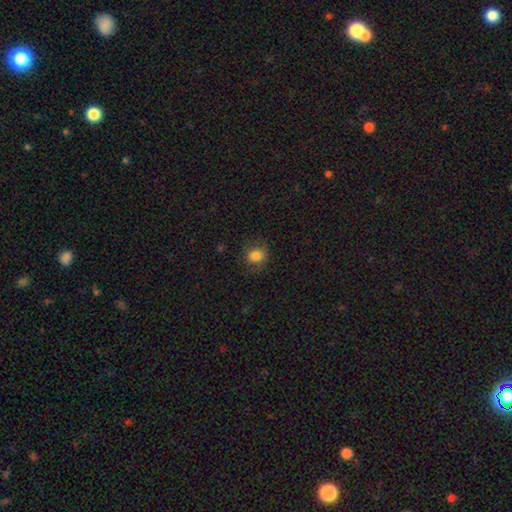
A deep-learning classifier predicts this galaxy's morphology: Smooth or featured: smooth — 83% (star or artifact — 11%)
How rounded: round — 77% (in between — 22%)
Merging: none — 78% (minor disturbance — 15%)